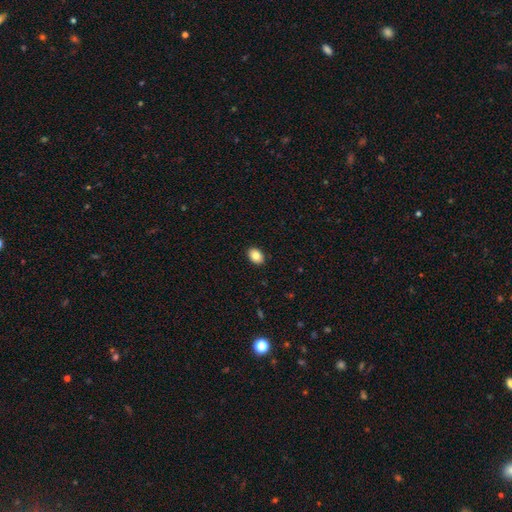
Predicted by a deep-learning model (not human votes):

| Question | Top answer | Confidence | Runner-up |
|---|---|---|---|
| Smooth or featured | smooth | 85% | star or artifact (8%) |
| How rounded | in between | 77% | round (22%) |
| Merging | none | 90% | minor disturbance (7%) |